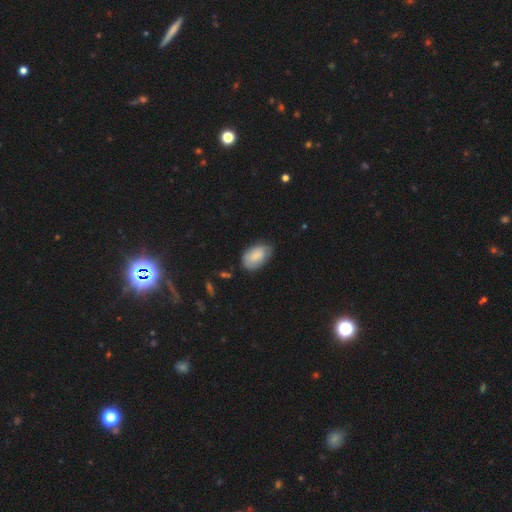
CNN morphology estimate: Smooth or featured? smooth (81%)
How rounded? in between (92%)
Merging? none (65%)